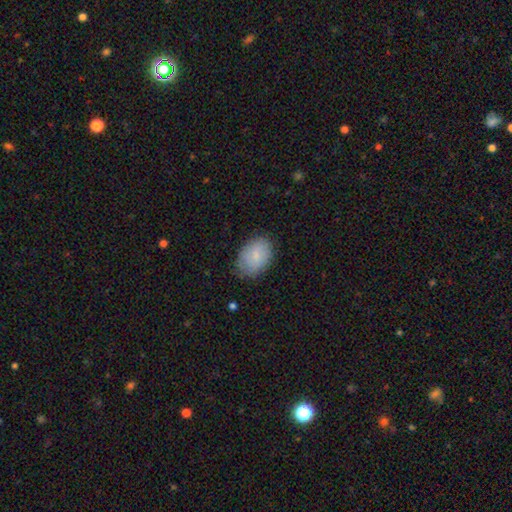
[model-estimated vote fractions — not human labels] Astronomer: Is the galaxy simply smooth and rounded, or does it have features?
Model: smooth — 78%.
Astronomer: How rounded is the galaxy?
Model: in between — 85%.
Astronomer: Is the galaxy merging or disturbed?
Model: none — 77%.